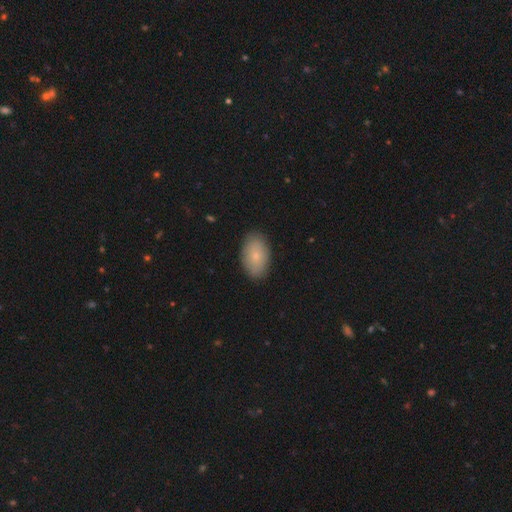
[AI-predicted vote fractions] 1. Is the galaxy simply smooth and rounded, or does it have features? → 79% smooth, 14% featured or disk, 7% star or artifact.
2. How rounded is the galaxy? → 93% in between, 5% round, 2% cigar-shaped.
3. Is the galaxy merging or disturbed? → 87% none, 10% minor disturbance, 2% major disturbance, 1% merger.